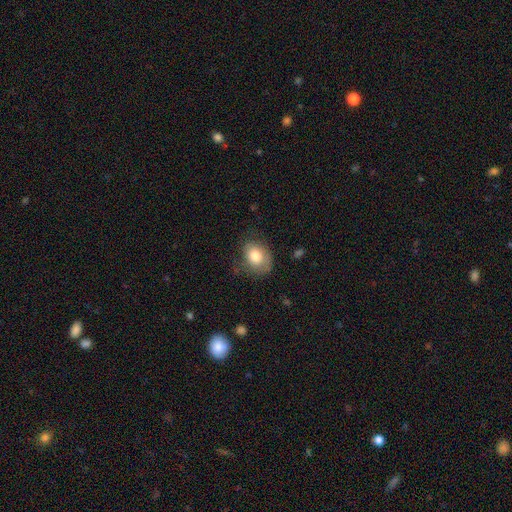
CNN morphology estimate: This appears to be a smooth galaxy with no disk features (79%) that is in between round and cigar-shaped (60%). Merging: none (67%).